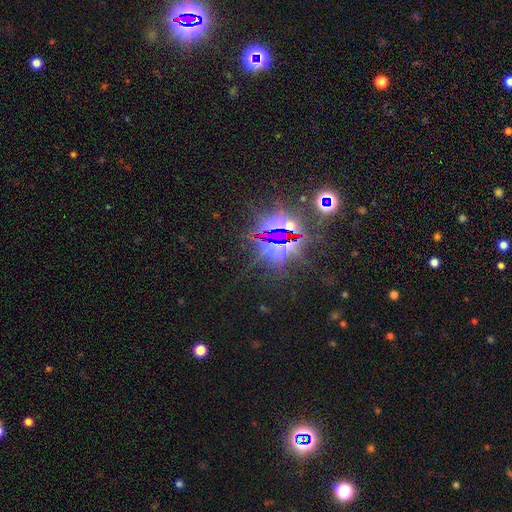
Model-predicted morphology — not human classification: Q: Smooth or featured?
A: star or artifact (86%); runner-up: smooth (7%)